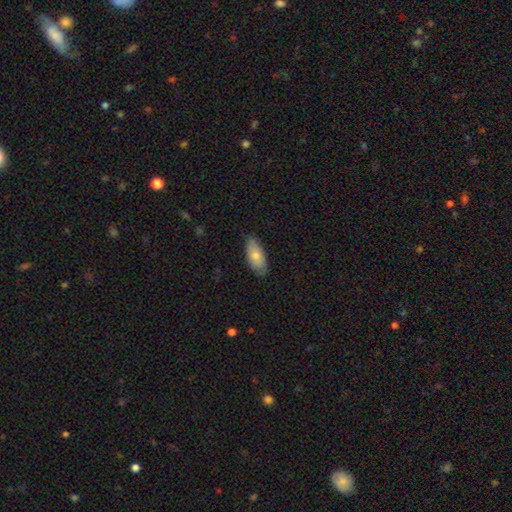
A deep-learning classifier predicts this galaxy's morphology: Smooth or featured: smooth — 75% (featured or disk — 19%)
How rounded: in between — 89% (cigar-shaped — 8%)
Merging: none — 79% (minor disturbance — 17%)